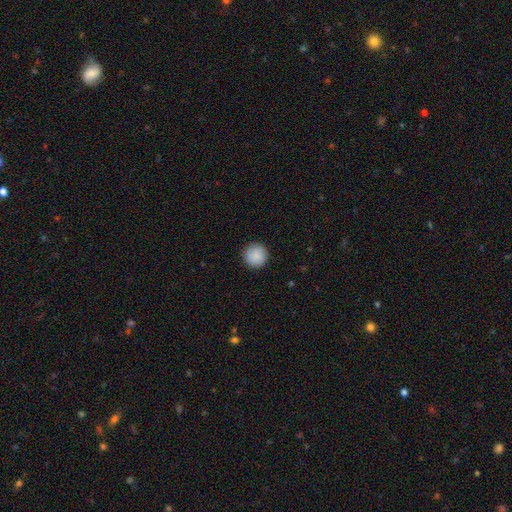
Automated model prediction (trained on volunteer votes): A smooth galaxy with no disk features (87%) that is round (96%).

Vote fractions:
- Smooth or featured? smooth: 87% / star or artifact: 7% / featured or disk: 6%
- How rounded? round: 96% / in between: 3% / cigar-shaped: 1%
- Merging? none: 91% / minor disturbance: 6% / major disturbance: 2% / merger: 1%